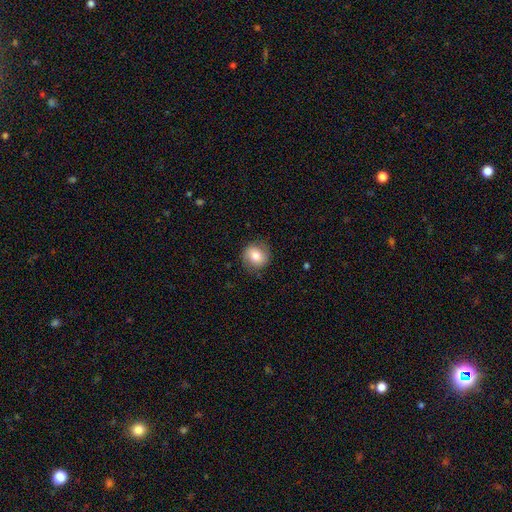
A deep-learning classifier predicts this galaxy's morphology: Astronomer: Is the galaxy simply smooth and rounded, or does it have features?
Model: smooth — 74%.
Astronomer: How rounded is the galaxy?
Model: round — 83%.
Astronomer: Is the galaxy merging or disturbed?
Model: none — 80%.